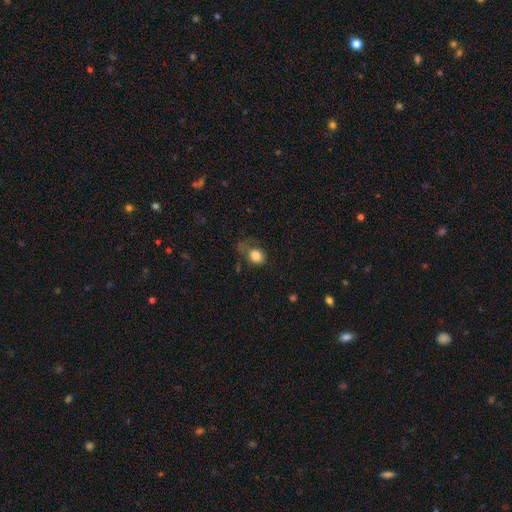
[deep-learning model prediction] Smooth or featured?
  - smooth: 82% *
  - star or artifact: 10%
  - featured or disk: 8%
How rounded?
  - round: 60% *
  - in between: 39%
  - cigar-shaped: 1%
Merging?
  - none: 44% *
  - major disturbance: 26%
  - minor disturbance: 25%
  - merger: 5%